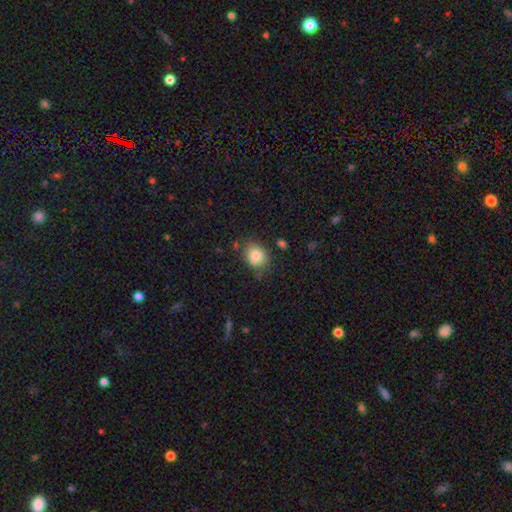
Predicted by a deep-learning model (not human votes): This appears to be a smooth galaxy with no disk features (82%) that is round (54%). Merging: none (70%).